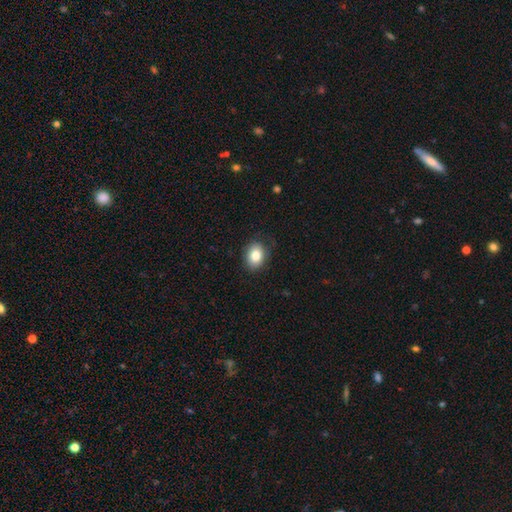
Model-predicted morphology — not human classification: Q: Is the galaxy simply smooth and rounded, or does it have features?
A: smooth — 83%.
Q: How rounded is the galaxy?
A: in between — 67%.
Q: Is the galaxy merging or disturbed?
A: none — 85%.